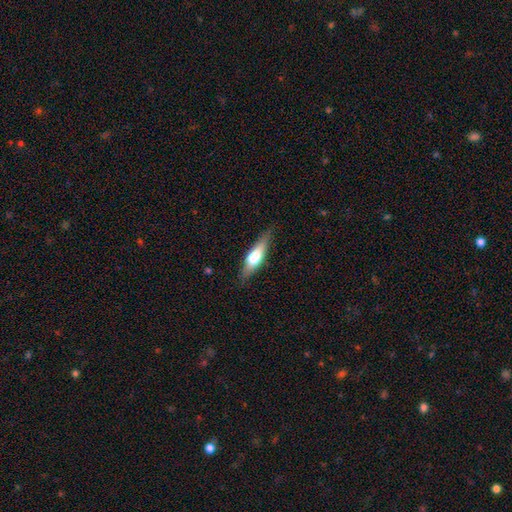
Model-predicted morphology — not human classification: smooth 55%, featured or disk 39%, star or artifact 6%. Down the decision tree: how rounded — cigar-shaped (58%); merging — none (79%).